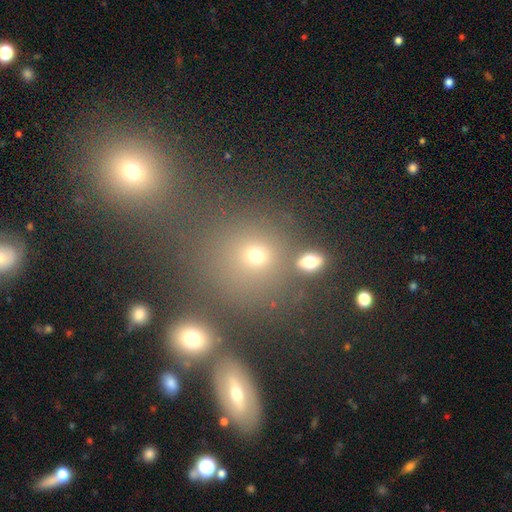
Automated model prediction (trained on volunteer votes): A smooth galaxy with no disk features (63%) that is round (85%). Merging: none (70%).